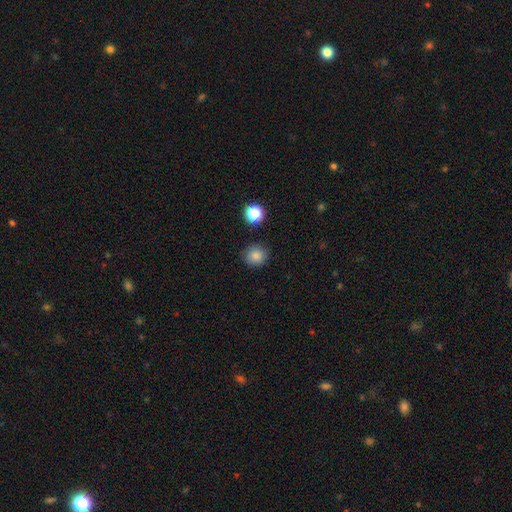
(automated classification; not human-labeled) The model was most divided on "smooth or featured": smooth: 84%, star or artifact: 11%, featured or disk: 4%. More confident: how rounded — round (89%); merging — none (88%).